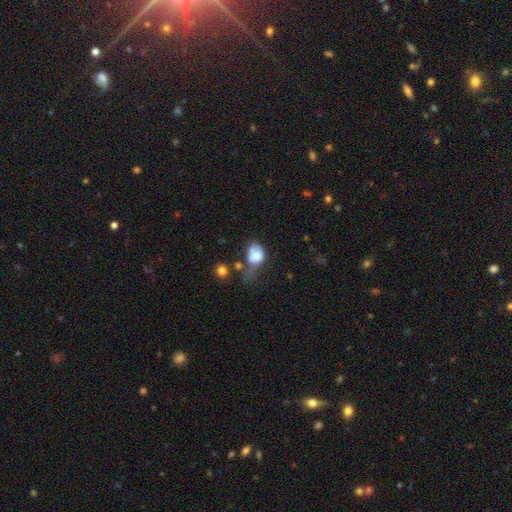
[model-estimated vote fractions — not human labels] smooth 68%, featured or disk 23%, star or artifact 9%. Down the decision tree: how rounded — in between (63%); merging — major disturbance (40%).